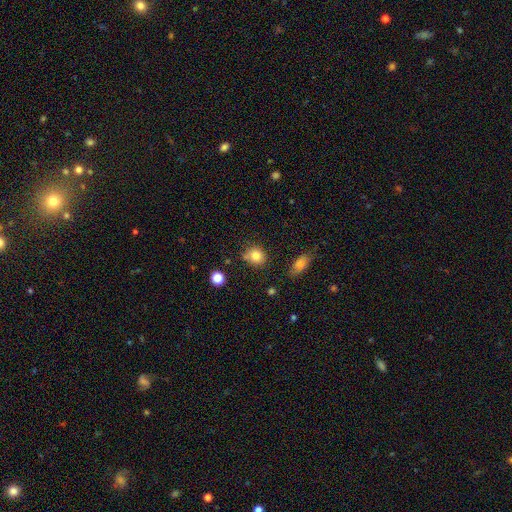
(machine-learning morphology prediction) This appears to be a smooth galaxy with no disk features (81%) that is round (75%). Merging: none (68%).